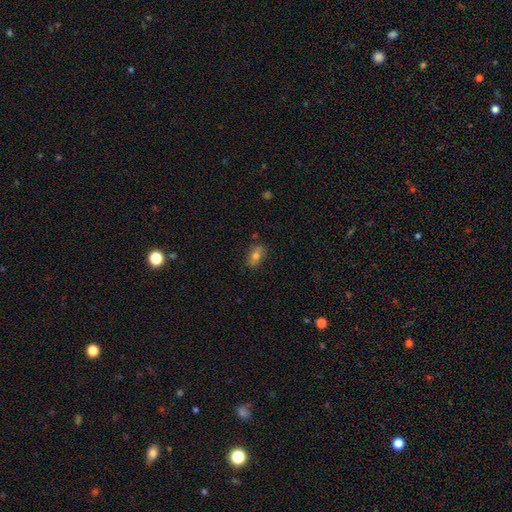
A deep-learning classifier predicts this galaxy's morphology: Smooth or featured? Predicted: smooth (p=0.70). How rounded? Predicted: in between (p=0.83). Merging? Predicted: none (p=0.81).